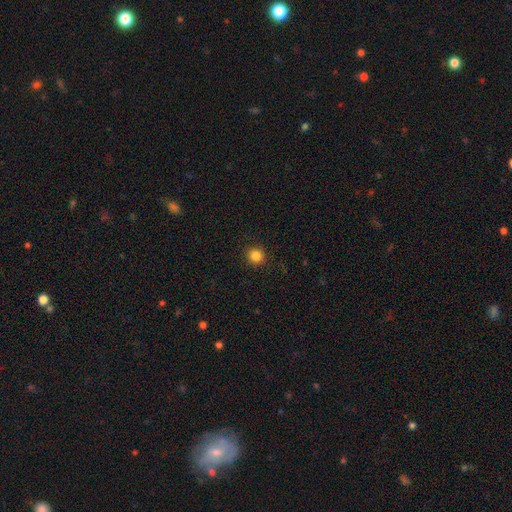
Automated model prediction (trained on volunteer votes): The model was most divided on "smooth or featured": smooth: 85%, star or artifact: 11%, featured or disk: 4%. More confident: how rounded — round (93%); merging — none (92%).